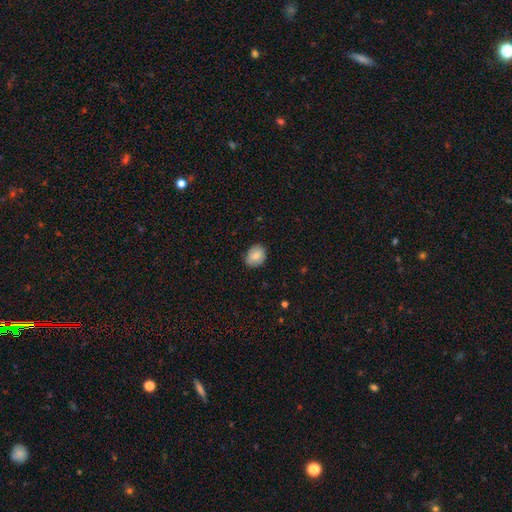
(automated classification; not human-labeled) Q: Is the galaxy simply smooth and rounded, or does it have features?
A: smooth — 83%.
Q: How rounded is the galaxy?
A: in between — 51%.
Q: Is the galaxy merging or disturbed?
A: none — 80%.